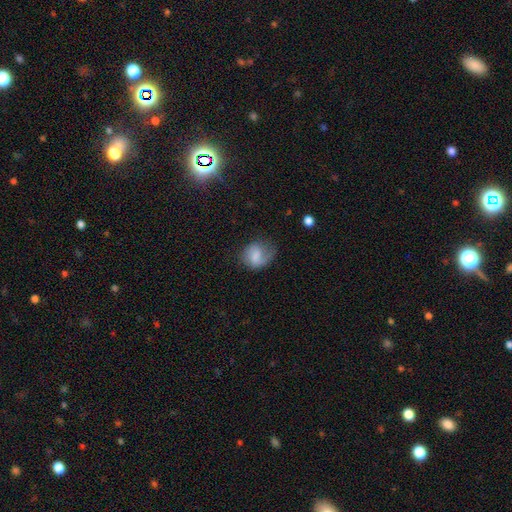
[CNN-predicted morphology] Smooth or featured? Predicted: smooth (p=0.60). How rounded? Predicted: round (p=0.60). Merging? Predicted: none (p=0.48).